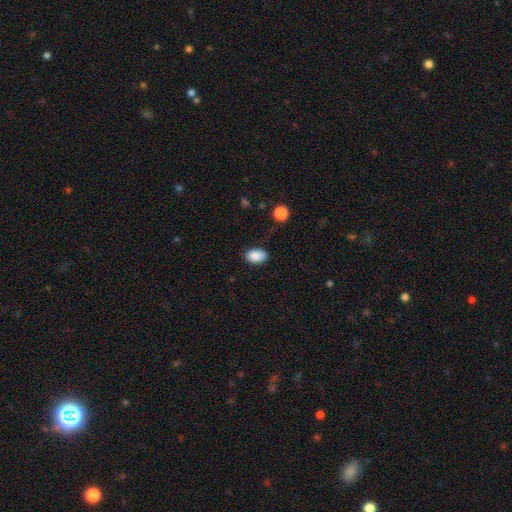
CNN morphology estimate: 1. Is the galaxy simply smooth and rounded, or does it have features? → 88% smooth, 8% star or artifact, 4% featured or disk.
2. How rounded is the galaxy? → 90% in between, 9% round, 1% cigar-shaped.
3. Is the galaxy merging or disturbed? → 83% none, 13% minor disturbance, 3% major disturbance, 1% merger.